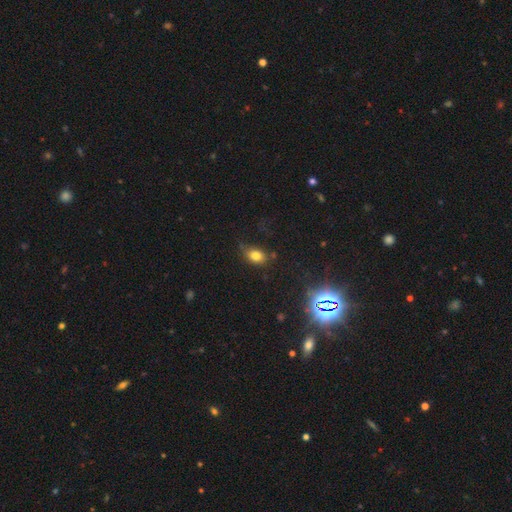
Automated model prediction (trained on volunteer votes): Smooth or featured?
  - smooth: 78% *
  - star or artifact: 13%
  - featured or disk: 9%
How rounded?
  - in between: 73% *
  - round: 24%
  - cigar-shaped: 2%
Merging?
  - none: 62% *
  - minor disturbance: 25%
  - major disturbance: 9%
  - merger: 3%